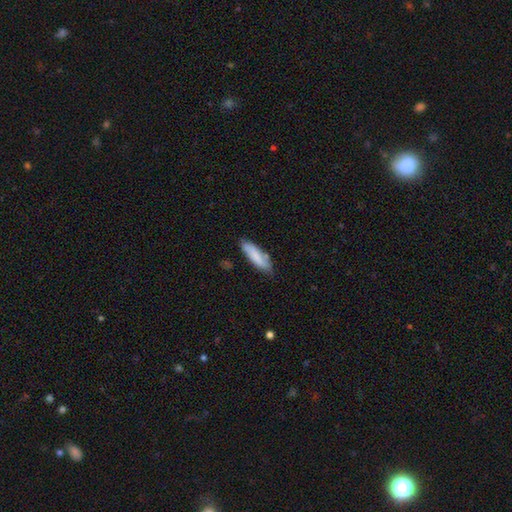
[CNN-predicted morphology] smooth 78%, featured or disk 16%, star or artifact 6%. Down the decision tree: how rounded — cigar-shaped (58%); merging — none (72%).